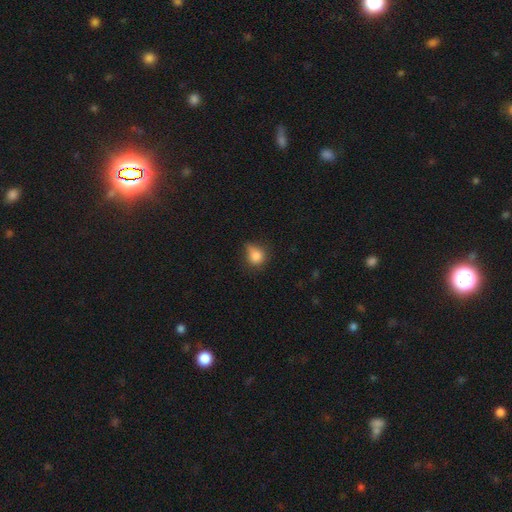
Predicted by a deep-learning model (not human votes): Overall: smooth (83%). How rounded: round (63%; in between 36%). Merging: none (46%; minor disturbance 38%).